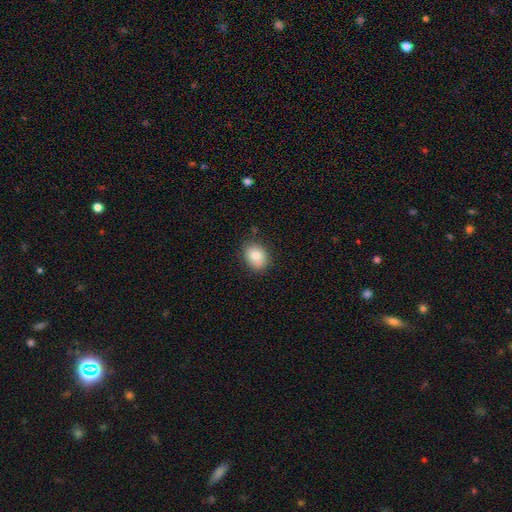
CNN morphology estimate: This is clearly a smooth galaxy (83%). How rounded: possibly in between (52%). Merging: clearly none (81%).